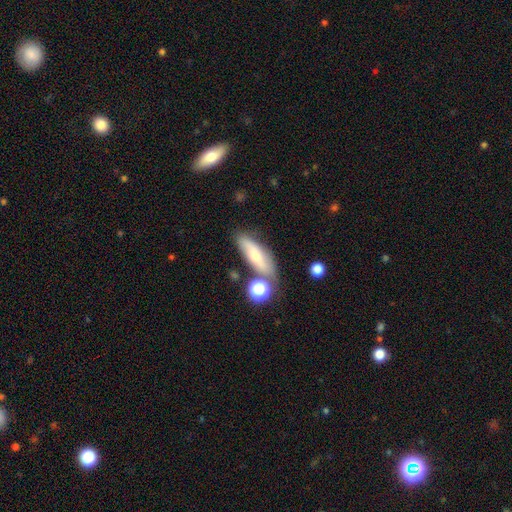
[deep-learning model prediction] smooth_or_featured: smooth (p=0.62) [alt: featured or disk p=0.29]
how_rounded: in between (p=0.48) [alt: cigar-shaped p=0.47]
merging: none (p=0.68) [alt: minor disturbance p=0.17]